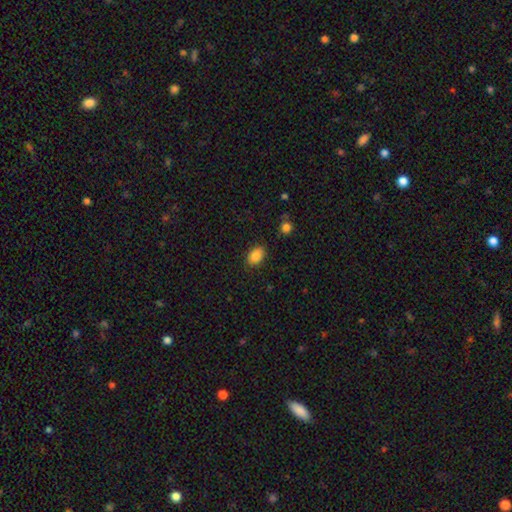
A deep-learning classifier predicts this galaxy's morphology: Q: Smooth or featured?
A: smooth (86%); runner-up: star or artifact (9%)
Q: How rounded?
A: in between (80%); runner-up: round (18%)
Q: Merging?
A: none (84%); runner-up: minor disturbance (11%)